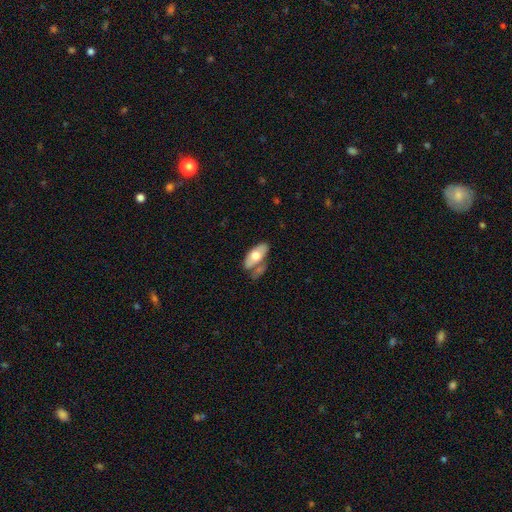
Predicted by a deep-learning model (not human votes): smooth_or_featured: smooth (p=0.60) [alt: featured or disk p=0.34]
how_rounded: in between (p=0.88) [alt: cigar-shaped p=0.09]
merging: none (p=0.43) [alt: merger p=0.24]